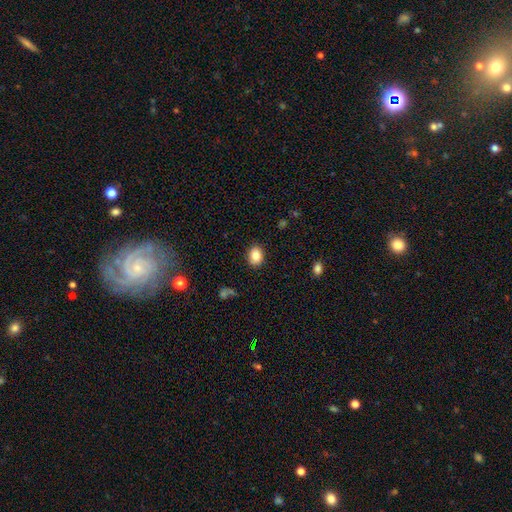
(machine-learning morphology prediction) This is clearly a smooth galaxy (86%). How rounded: possibly in between (57%). Merging: clearly none (88%).